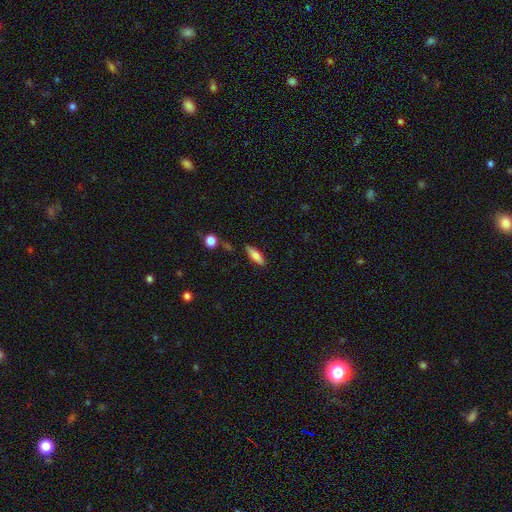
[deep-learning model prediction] Smooth or featured? Predicted: smooth (p=0.72). How rounded? Predicted: in between (p=0.53). Merging? Predicted: none (p=0.82).